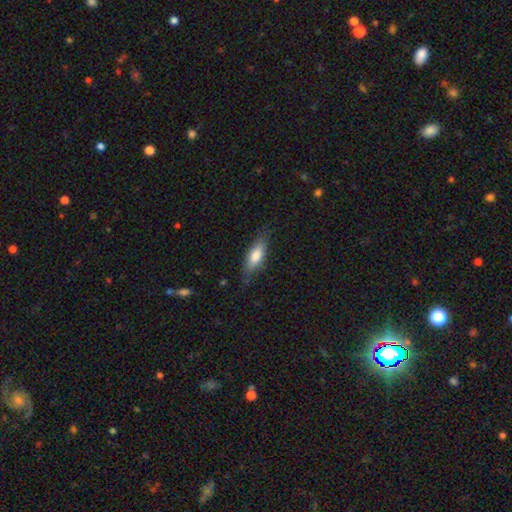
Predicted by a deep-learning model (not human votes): Morphology: type=smooth (71%); roundness=in between (59%); merging=none (75%).